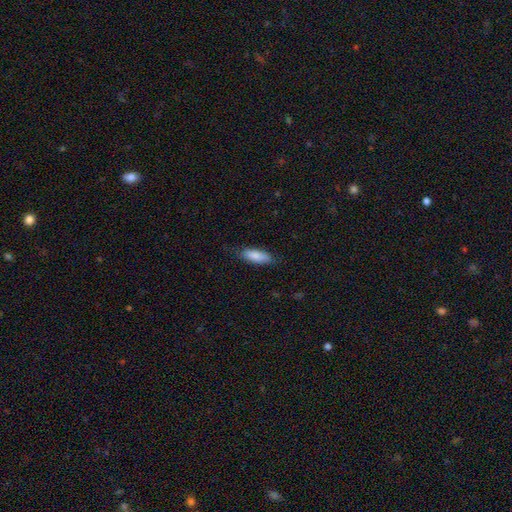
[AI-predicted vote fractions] This is clearly a smooth galaxy (85%). How rounded: likely in between (66%). Merging: clearly none (81%).